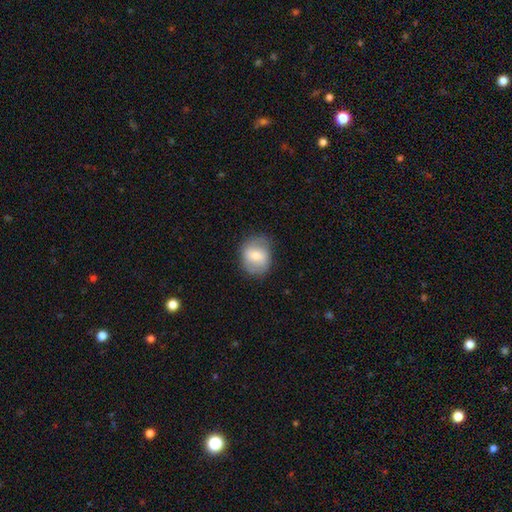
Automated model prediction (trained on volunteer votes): smooth-or-featured: smooth: 59% | featured or disk: 34% | star or artifact: 7%
  how-rounded: round: 68% | in between: 31% | cigar-shaped: 1%
  merging: none: 72% | minor disturbance: 20% | major disturbance: 7% | merger: 1%